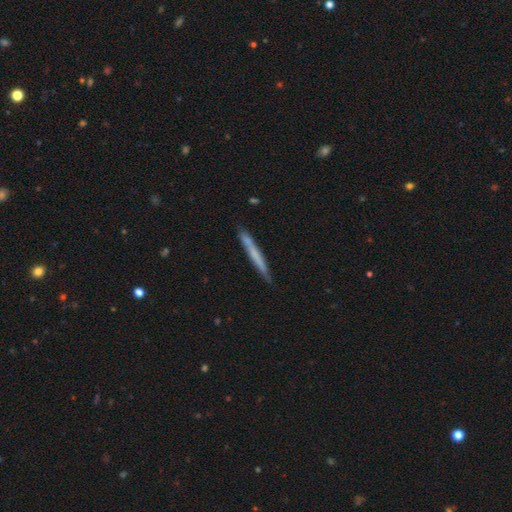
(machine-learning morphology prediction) Overall: smooth (57%; featured or disk 38%). How rounded: cigar-shaped (96%). Merging: none (81%).